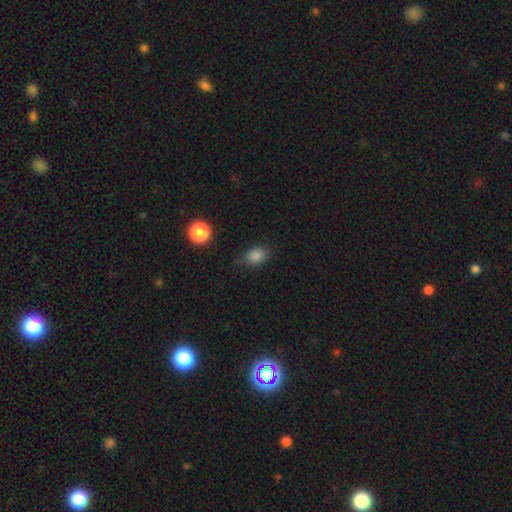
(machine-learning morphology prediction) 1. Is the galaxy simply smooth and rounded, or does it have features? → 84% smooth, 12% star or artifact, 4% featured or disk.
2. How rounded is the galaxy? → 58% in between, 41% round, 1% cigar-shaped.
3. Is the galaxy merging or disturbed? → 73% none, 20% minor disturbance, 5% major disturbance, 2% merger.